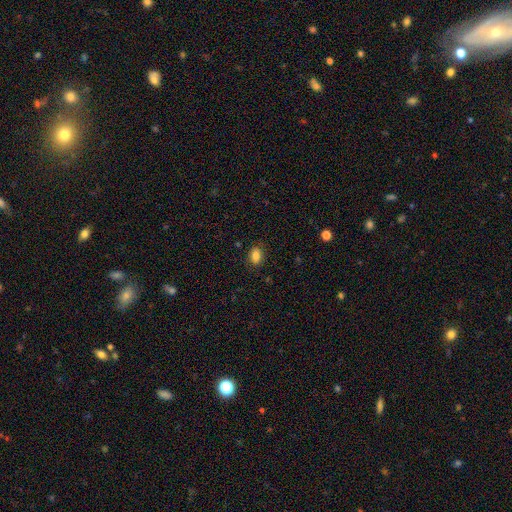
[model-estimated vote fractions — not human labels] Smooth or featured? smooth (85%)
How rounded? in between (78%)
Merging? none (85%)